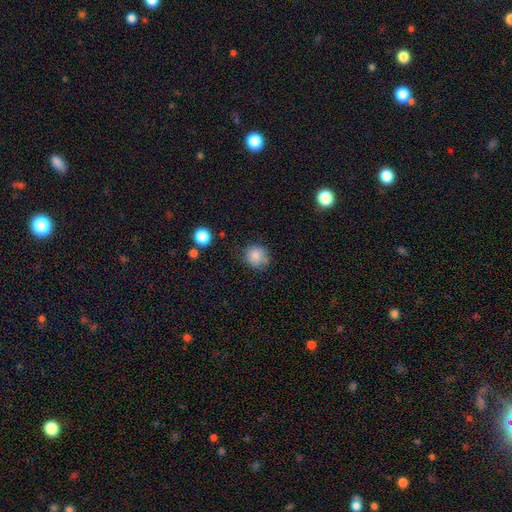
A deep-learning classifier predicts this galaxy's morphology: A smooth galaxy with no disk features (84%) that is round (88%).

Vote fractions:
- Smooth or featured? smooth: 84% / star or artifact: 10% / featured or disk: 6%
- How rounded? round: 88% / in between: 11% / cigar-shaped: 1%
- Merging? none: 72% / minor disturbance: 19% / major disturbance: 5% / merger: 5%